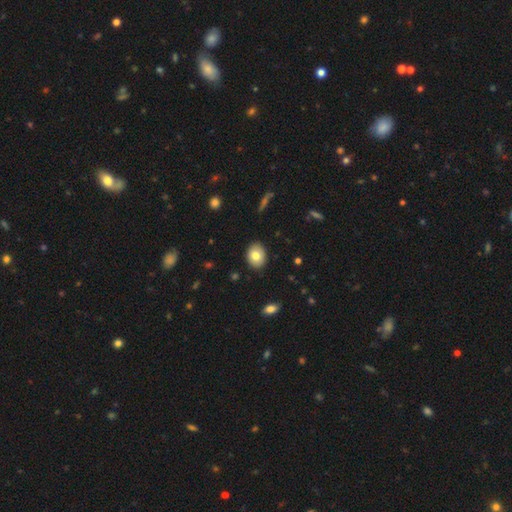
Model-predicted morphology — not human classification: smooth-or-featured: smooth: 77% | featured or disk: 14% | star or artifact: 8%
  how-rounded: in between: 60% | round: 39% | cigar-shaped: 1%
  merging: none: 89% | minor disturbance: 8% | major disturbance: 2% | merger: 1%